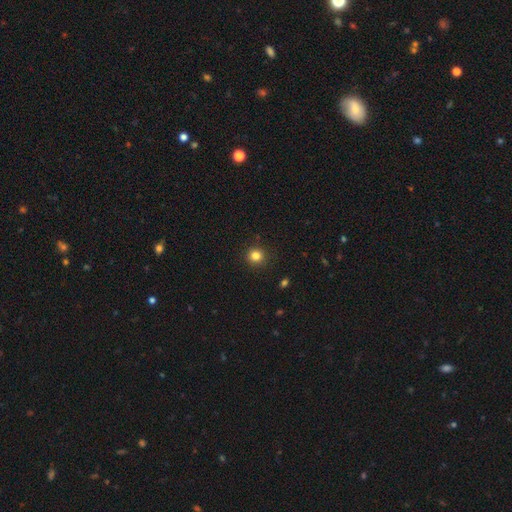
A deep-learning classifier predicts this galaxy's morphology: A smooth galaxy with no disk features (83%) that is round (93%).

Vote fractions:
- Smooth or featured? smooth: 83% / star or artifact: 13% / featured or disk: 5%
- How rounded? round: 93% / in between: 6% / cigar-shaped: 1%
- Merging? none: 92% / minor disturbance: 5% / major disturbance: 2% / merger: 1%